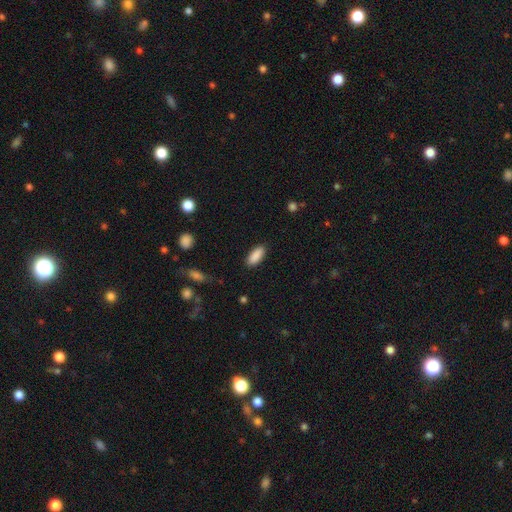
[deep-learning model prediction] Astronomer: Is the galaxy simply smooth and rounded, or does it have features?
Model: smooth — 89%.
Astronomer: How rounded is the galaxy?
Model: in between — 78%.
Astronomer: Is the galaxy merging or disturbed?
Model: none — 88%.